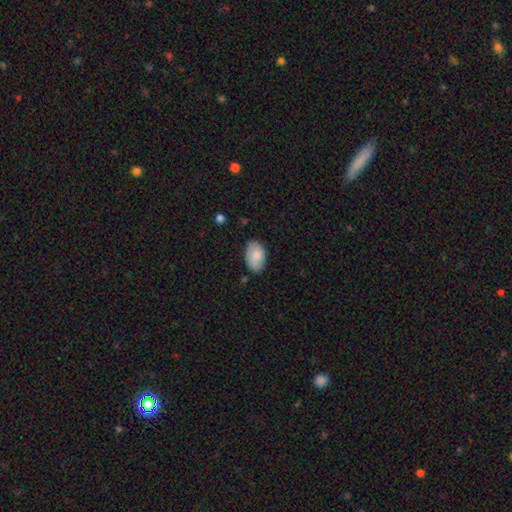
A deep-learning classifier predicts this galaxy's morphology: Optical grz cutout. It shows a smooth galaxy with no disk features (84%) that is in between round and cigar-shaped (92%). Merging: none (77%).